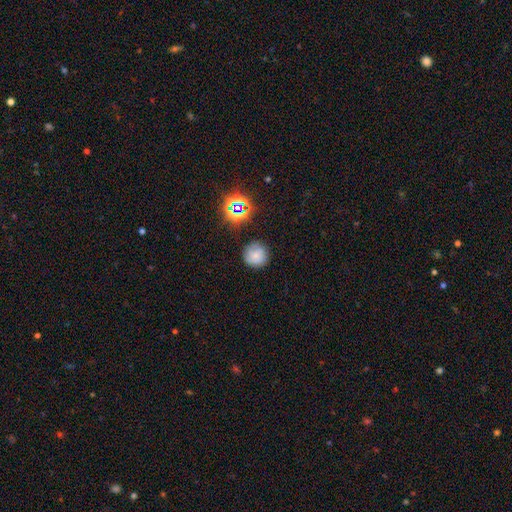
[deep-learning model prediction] This is likely a smooth galaxy (68%). How rounded: clearly round (94%). Merging: clearly none (81%).